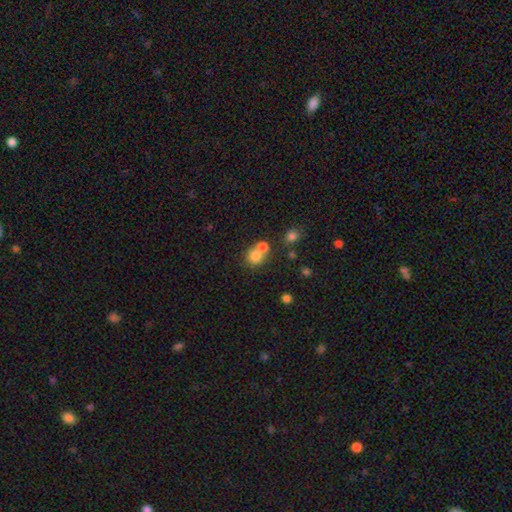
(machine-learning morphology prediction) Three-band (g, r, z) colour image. It shows a smooth galaxy with no disk features (78%) that is round (84%). Merging: none (48%).